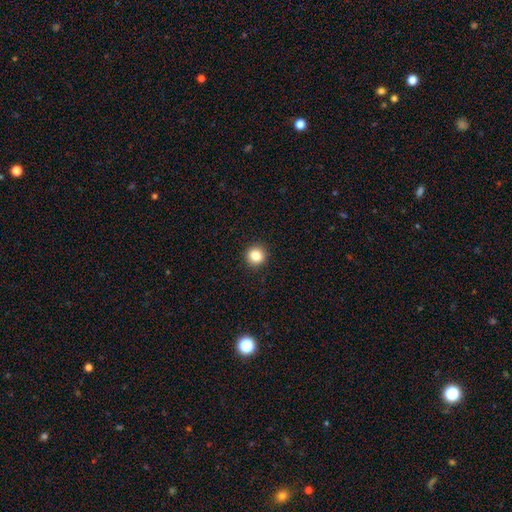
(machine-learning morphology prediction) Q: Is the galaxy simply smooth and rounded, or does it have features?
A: smooth — 84%.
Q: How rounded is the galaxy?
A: round — 91%.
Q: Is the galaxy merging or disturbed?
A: none — 92%.